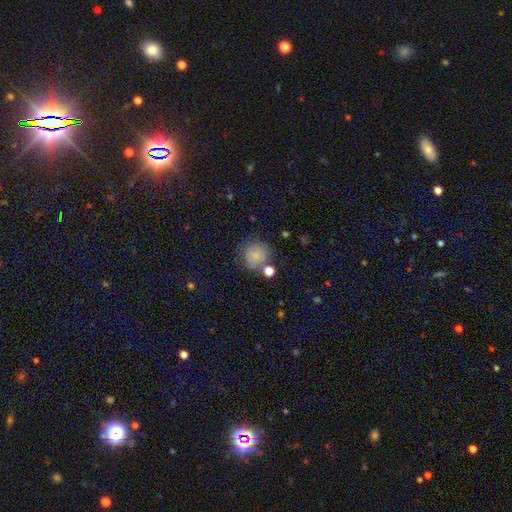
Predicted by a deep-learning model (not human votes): Morphology: type=smooth (76%); roundness=round (88%); merging=none (64%).